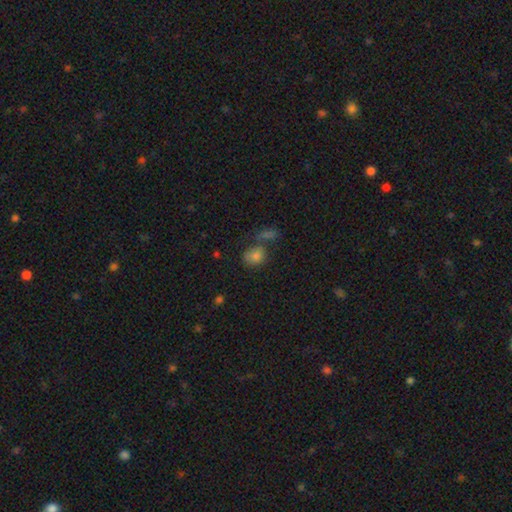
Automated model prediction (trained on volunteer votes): Q: Smooth or featured?
A: smooth (78%); runner-up: star or artifact (14%)
Q: How rounded?
A: in between (49%); tied with: round (49%)
Q: Merging?
A: none (51%); runner-up: merger (28%)